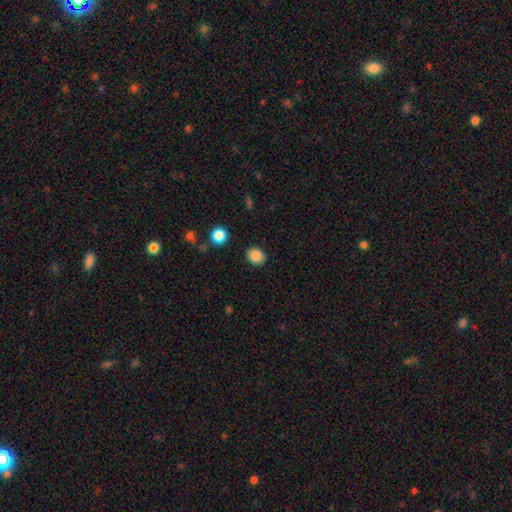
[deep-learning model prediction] Overall: smooth (87%). How rounded: round (60%; in between 39%). Merging: none (87%).